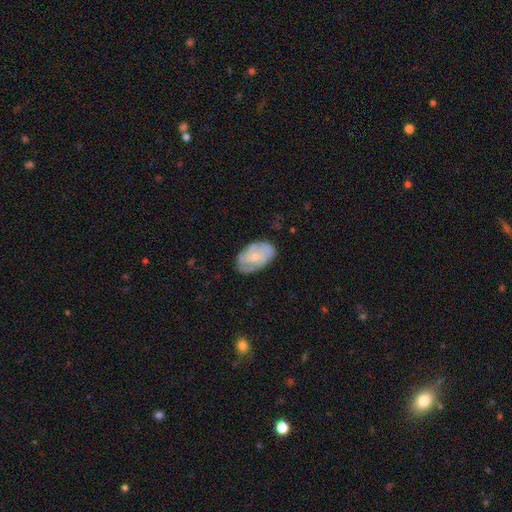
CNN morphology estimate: Q: Smooth or featured?
A: featured or disk (55%); runner-up: smooth (38%)
Q: Edge-on disk?
A: no (96%); runner-up: yes (4%)
Q: Bar?
A: no (79%); runner-up: weak (18%)
Q: Spiral arms?
A: yes (74%); runner-up: no (26%)
Q: Bulge size?
A: small (66%); runner-up: moderate (28%)
Q: Merging?
A: none (69%); runner-up: minor disturbance (23%)